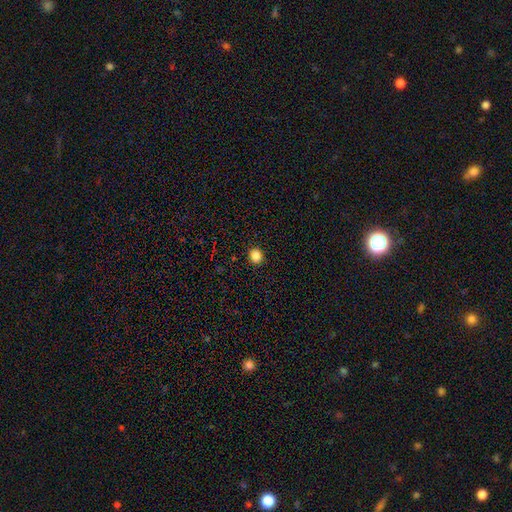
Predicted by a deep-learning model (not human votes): Smooth or featured? Predicted: smooth (p=0.85). How rounded? Predicted: round (p=0.80). Merging? Predicted: none (p=0.92).